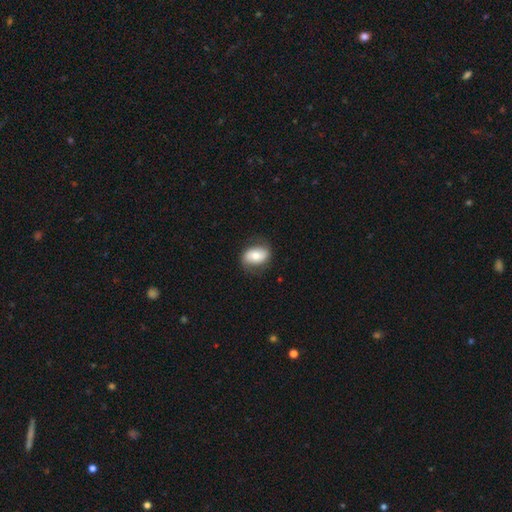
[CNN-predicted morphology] A smooth galaxy with no disk features (65%) that is in between round and cigar-shaped (82%). Merging: none (75%).